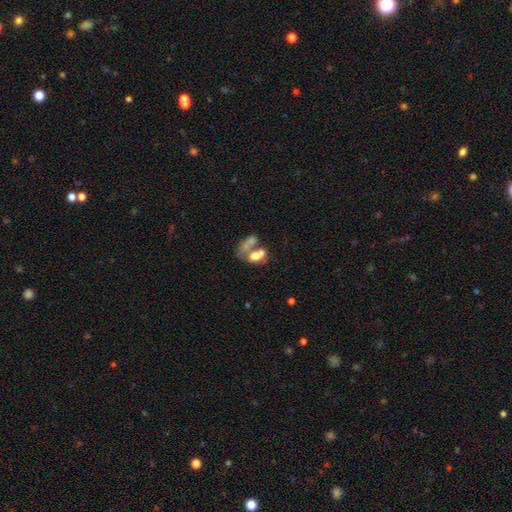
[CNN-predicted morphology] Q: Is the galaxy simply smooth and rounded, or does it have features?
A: smooth — 58%.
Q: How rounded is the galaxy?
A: in between — 73%.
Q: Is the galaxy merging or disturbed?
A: merger — 59%.